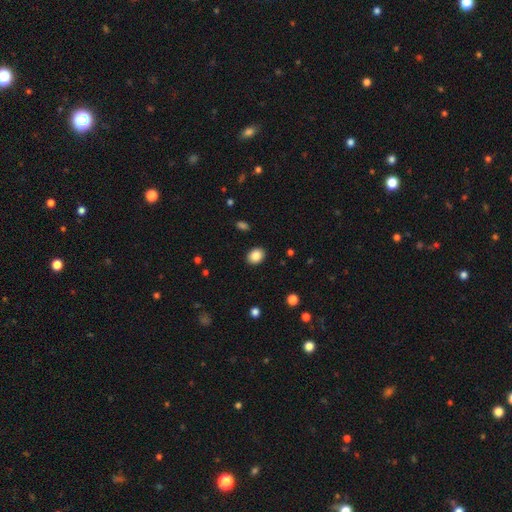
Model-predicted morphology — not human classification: Overall: smooth (87%). How rounded: in between (59%; round 40%). Merging: none (89%).